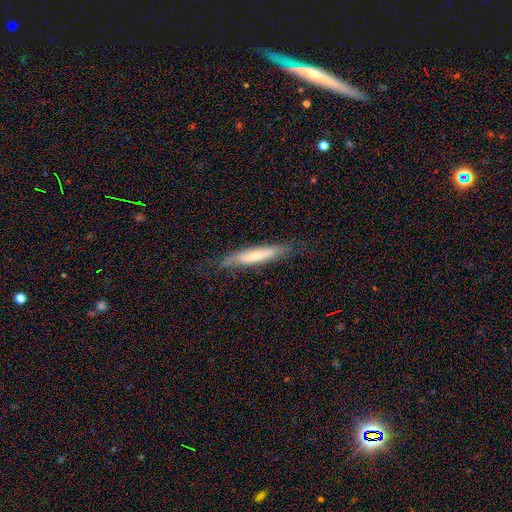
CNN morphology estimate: smooth-or-featured: smooth: 48% | featured or disk: 45% | star or artifact: 6%
  merging: none: 73% | minor disturbance: 20% | major disturbance: 6% | merger: 1%